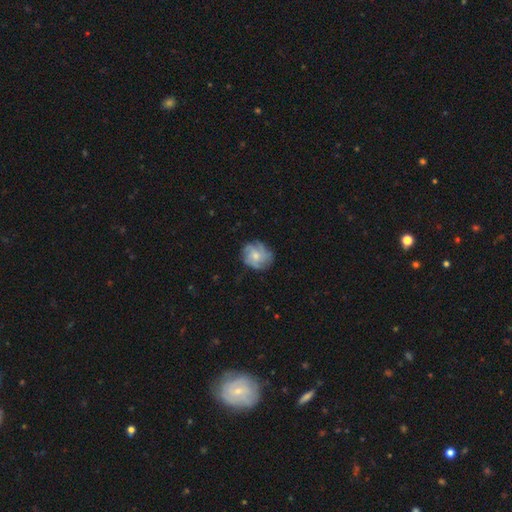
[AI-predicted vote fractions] This is possibly a featured or disk galaxy (55%). It is clearly not viewed edge-on (98%). Bar: likely no (76%). Spiral arm pattern: clearly yes (82%). Central bulge: possibly moderate (50%). Merging: likely none (72%).